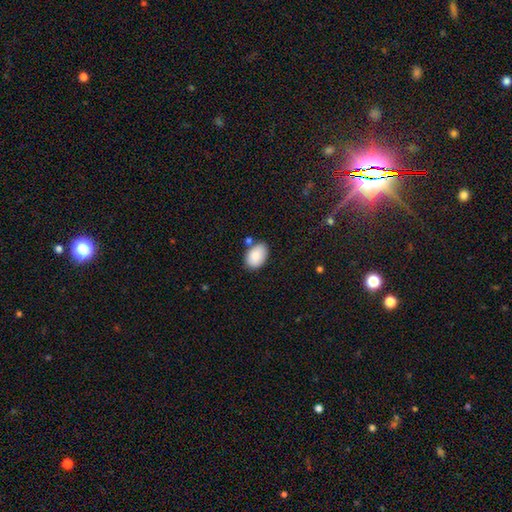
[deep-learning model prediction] Overall: smooth (88%). How rounded: in between (91%). Merging: none (74%).